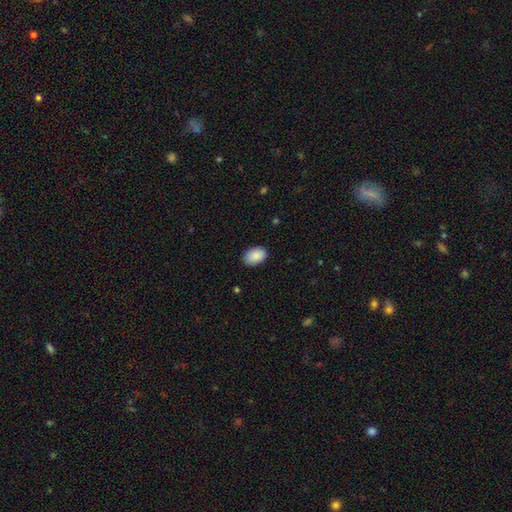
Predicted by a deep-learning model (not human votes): Overall: smooth (90%). How rounded: in between (86%). Merging: none (87%).